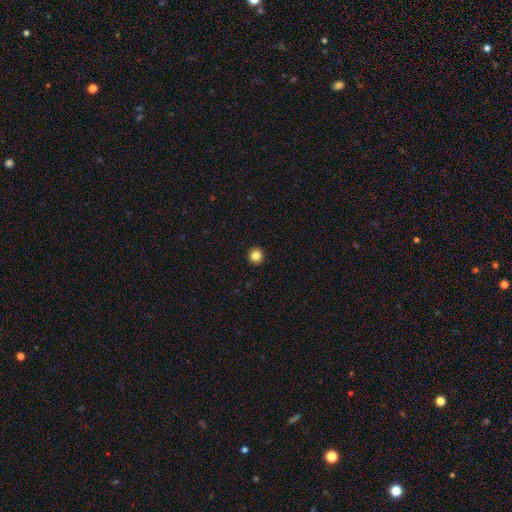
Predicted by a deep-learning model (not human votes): smooth-or-featured: smooth: 84% | star or artifact: 11% | featured or disk: 5%
  how-rounded: round: 92% | in between: 7% | cigar-shaped: 1%
  merging: none: 94% | minor disturbance: 4% | major disturbance: 1% | merger: 1%